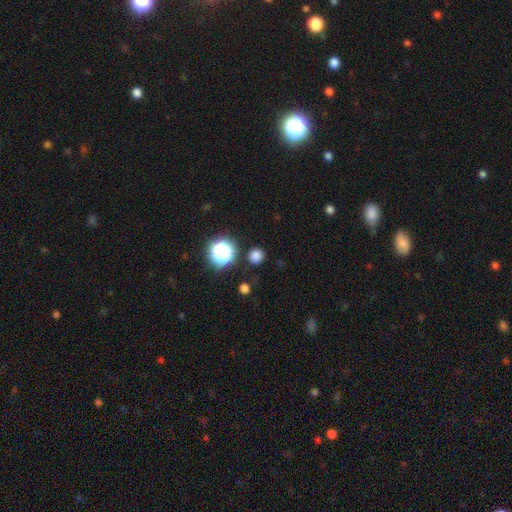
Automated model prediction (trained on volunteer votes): This appears to be a smooth galaxy with no disk features (76%) that is round (91%). Merging: none (87%).